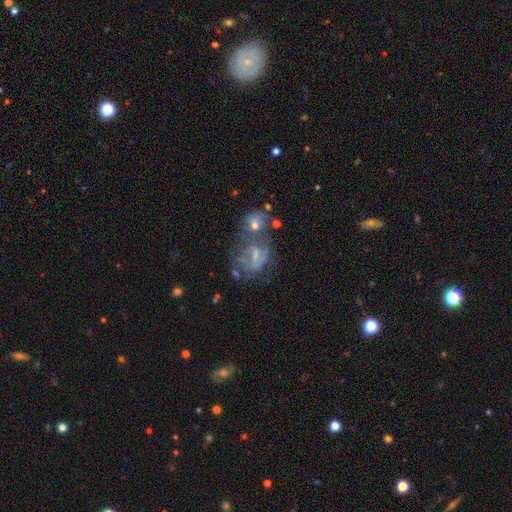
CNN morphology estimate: This appears to be a featured or disk galaxy (63%) with a weak bar (45%), spiral arms (61%) and a small central bulge (43%). Merging: merger (32%).